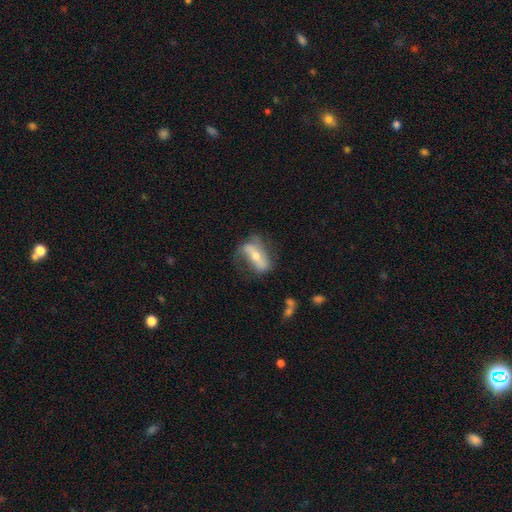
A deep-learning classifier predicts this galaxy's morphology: The model was most divided on "smooth or featured": featured or disk: 59%, smooth: 34%, star or artifact: 7%. More confident: edge-on disk — no (80%); merging — none (53%).